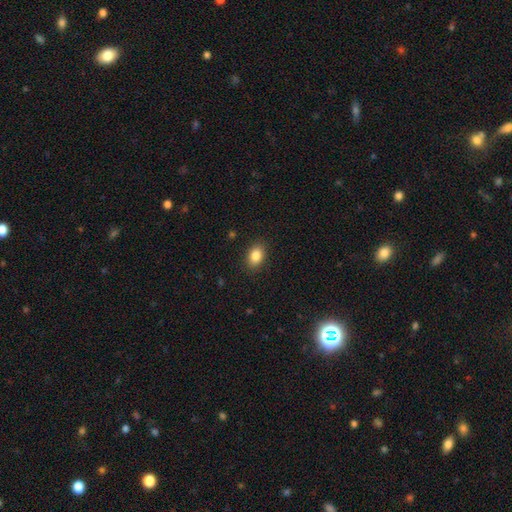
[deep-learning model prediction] smooth-or-featured: smooth: 86% | star or artifact: 9% | featured or disk: 6%
  how-rounded: in between: 81% | round: 18% | cigar-shaped: 1%
  merging: none: 88% | minor disturbance: 9% | major disturbance: 2% | merger: 1%